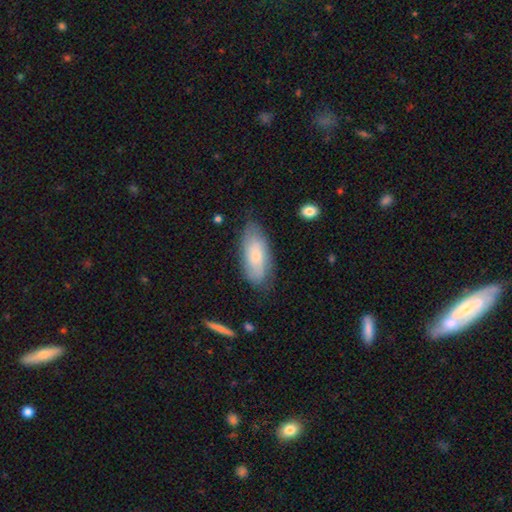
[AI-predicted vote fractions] Q: Smooth or featured?
A: smooth (64%); runner-up: featured or disk (30%)
Q: How rounded?
A: in between (83%); runner-up: cigar-shaped (15%)
Q: Merging?
A: none (72%); runner-up: minor disturbance (21%)